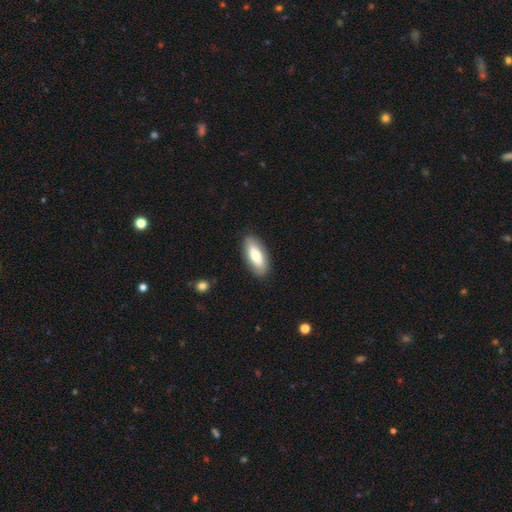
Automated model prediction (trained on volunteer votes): Smooth or featured? smooth (76%)
How rounded? in between (82%)
Merging? none (87%)